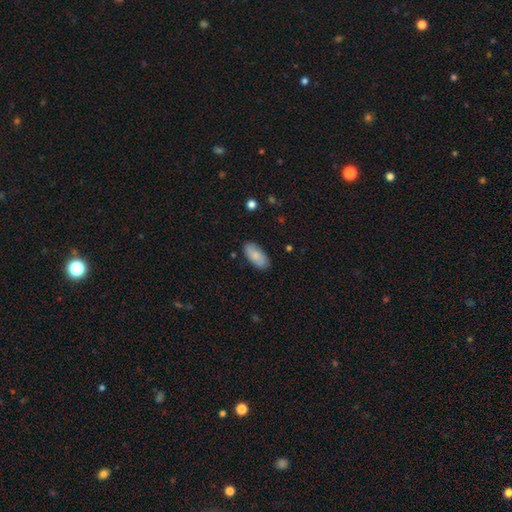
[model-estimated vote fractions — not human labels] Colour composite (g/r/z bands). It shows a smooth galaxy with no disk features (82%) that is in between round and cigar-shaped (92%). Merging: none (86%).